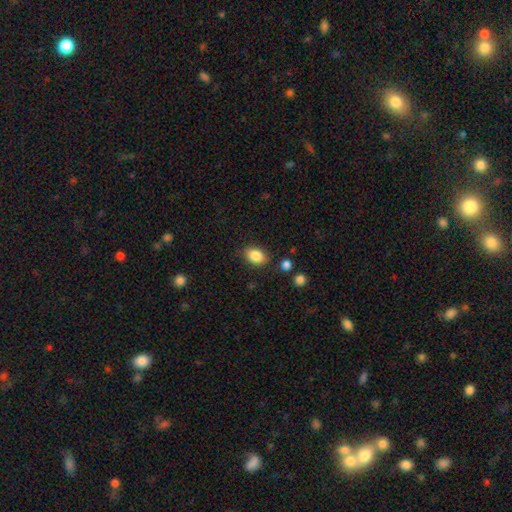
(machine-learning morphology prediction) This is clearly a smooth galaxy (85%). How rounded: likely in between (75%). Merging: clearly none (83%).